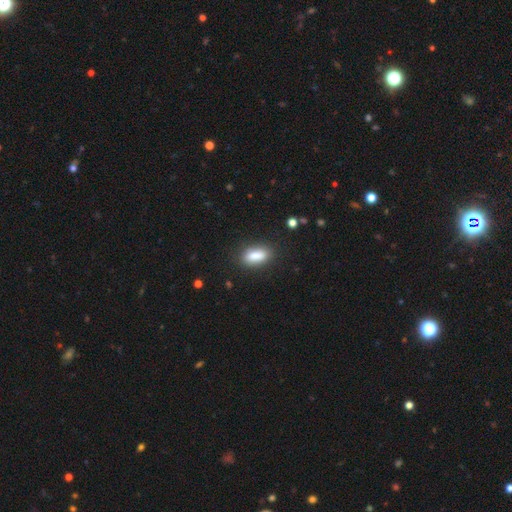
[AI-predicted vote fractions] This is clearly a smooth galaxy (83%). How rounded: likely in between (79%). Merging: clearly none (81%).